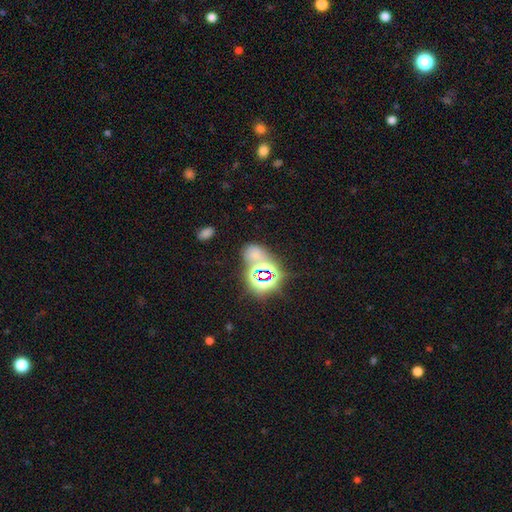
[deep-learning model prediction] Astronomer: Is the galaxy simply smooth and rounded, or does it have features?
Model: star or artifact — 55% (runner-up: smooth, 36%).